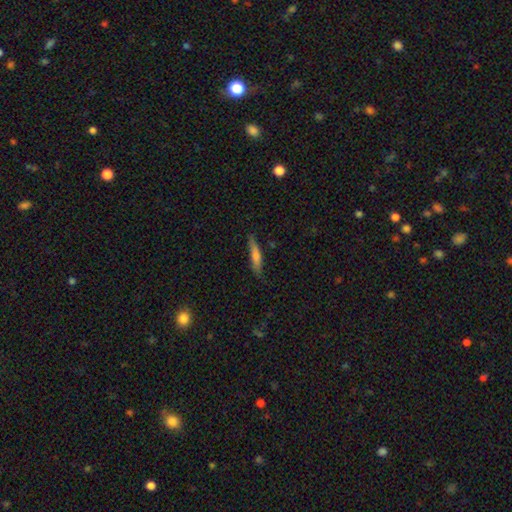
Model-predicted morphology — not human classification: A smooth galaxy with no disk features (58%) that is cigar-shaped (89%). Merging: none (83%).